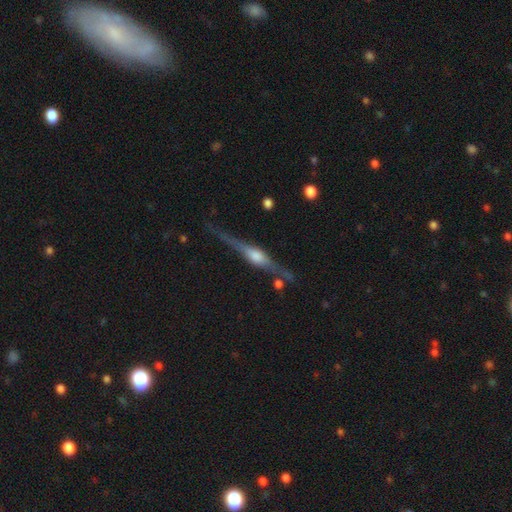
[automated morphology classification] This appears to be a featured or disk galaxy (85%) viewed edge-on (97%) with a rounded central bulge (86%). Merging: none (80%).